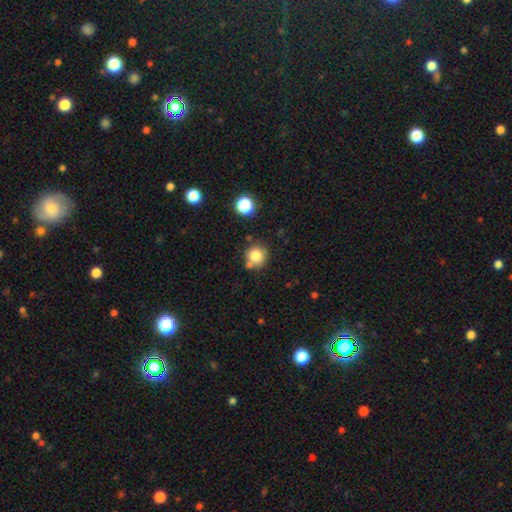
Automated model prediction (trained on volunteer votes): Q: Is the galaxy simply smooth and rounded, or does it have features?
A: smooth — 80%.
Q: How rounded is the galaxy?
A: round — 92%.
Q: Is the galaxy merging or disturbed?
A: none — 71%.